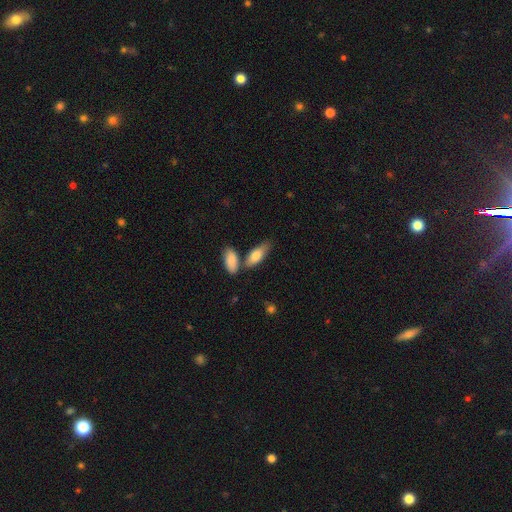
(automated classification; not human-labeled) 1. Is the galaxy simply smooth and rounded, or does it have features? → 79% smooth, 16% featured or disk, 6% star or artifact.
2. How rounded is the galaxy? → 75% in between, 22% cigar-shaped, 3% round.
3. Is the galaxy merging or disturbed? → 58% none, 21% merger, 17% minor disturbance, 5% major disturbance.